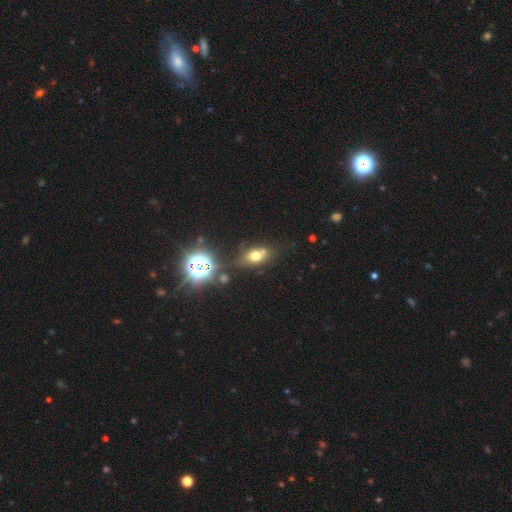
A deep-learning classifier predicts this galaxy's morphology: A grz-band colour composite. It shows a smooth galaxy with no disk features (61%) that is in between round and cigar-shaped (68%). Merging: none (61%).